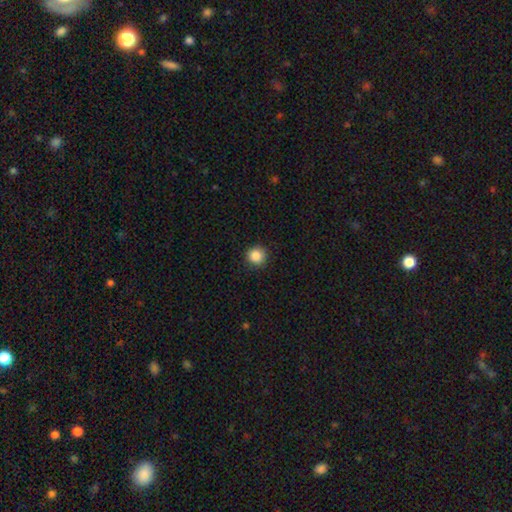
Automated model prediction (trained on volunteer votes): A smooth galaxy with no disk features (87%) that is round (94%).

Vote fractions:
- Smooth or featured? smooth: 87% / star or artifact: 10% / featured or disk: 3%
- How rounded? round: 94% / in between: 5% / cigar-shaped: 1%
- Merging? none: 90% / minor disturbance: 7% / major disturbance: 2% / merger: 1%